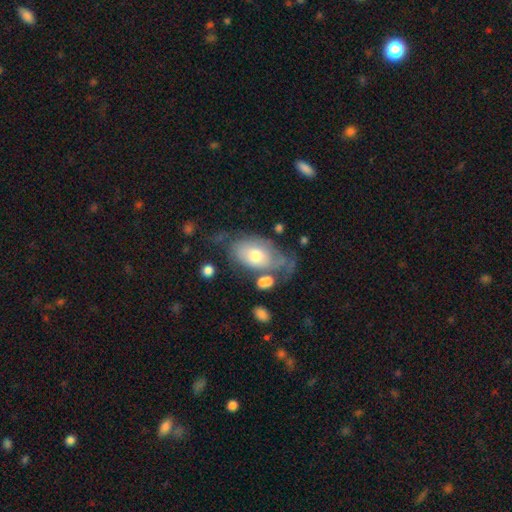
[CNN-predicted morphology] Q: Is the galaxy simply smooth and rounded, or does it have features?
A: smooth — 49%.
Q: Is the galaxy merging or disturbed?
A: none — 35%.